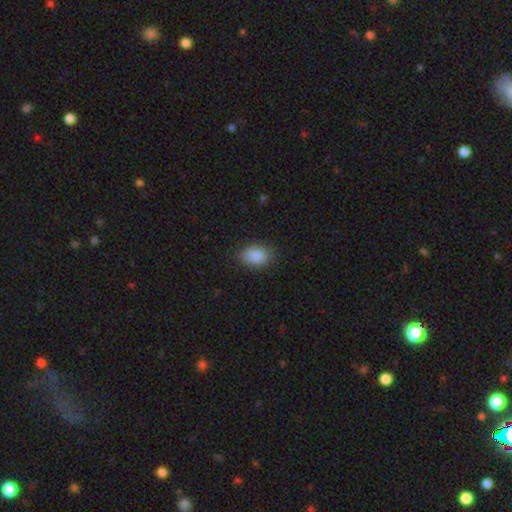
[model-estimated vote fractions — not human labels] Smooth or featured: smooth — 89% (star or artifact — 8%)
How rounded: in between — 79% (round — 20%)
Merging: none — 83% (minor disturbance — 13%)